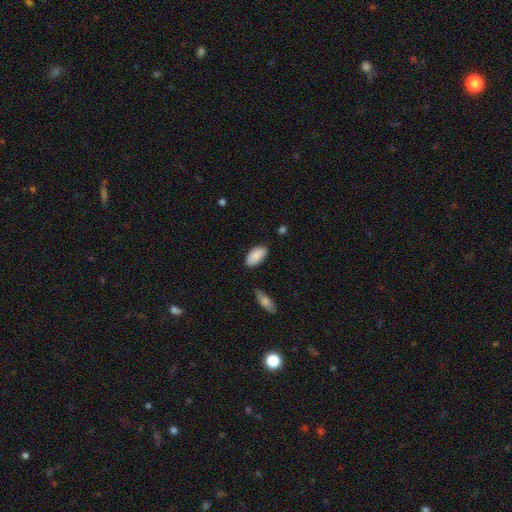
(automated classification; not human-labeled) A smooth galaxy with no disk features (88%) that is in between round and cigar-shaped (93%).

Vote fractions:
- Smooth or featured? smooth: 88% / star or artifact: 6% / featured or disk: 6%
- How rounded? in between: 93% / cigar-shaped: 4% / round: 2%
- Merging? none: 81% / minor disturbance: 14% / major disturbance: 3% / merger: 3%